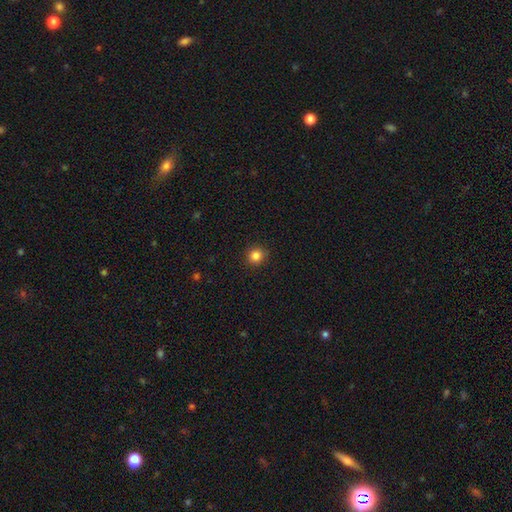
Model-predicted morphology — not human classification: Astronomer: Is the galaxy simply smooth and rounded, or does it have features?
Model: smooth — 84%.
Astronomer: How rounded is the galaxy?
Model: round — 92%.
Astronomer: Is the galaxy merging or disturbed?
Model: none — 91%.